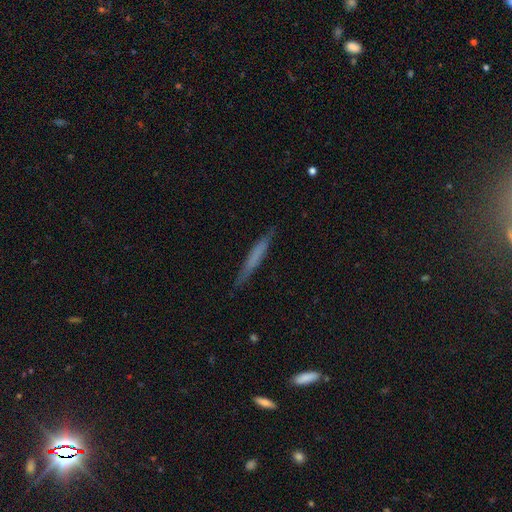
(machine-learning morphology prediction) Smooth or featured: smooth — 55% (featured or disk — 38%)
How rounded: cigar-shaped — 95% (in between — 3%)
Merging: none — 86% (minor disturbance — 11%)